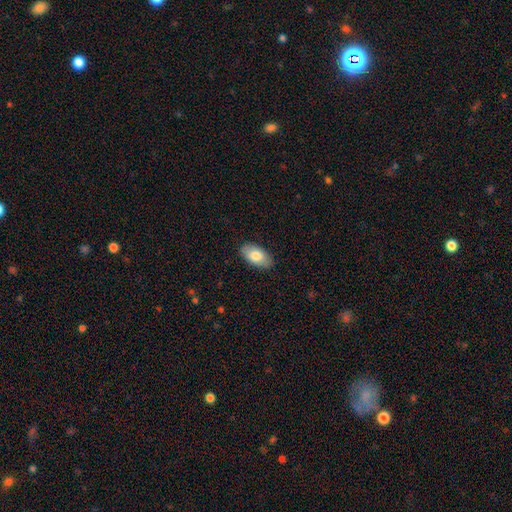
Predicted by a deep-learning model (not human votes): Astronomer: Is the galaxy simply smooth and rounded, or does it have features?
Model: smooth — 80%.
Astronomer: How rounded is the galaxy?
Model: in between — 95%.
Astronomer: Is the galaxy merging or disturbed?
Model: none — 88%.